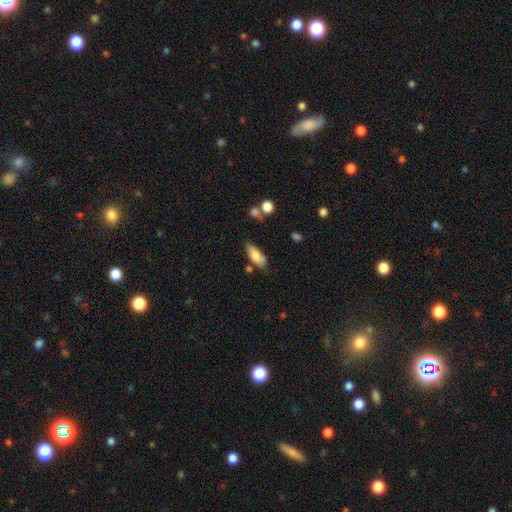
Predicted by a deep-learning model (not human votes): smooth-or-featured: smooth: 80% | featured or disk: 13% | star or artifact: 7%
  how-rounded: in between: 75% | cigar-shaped: 22% | round: 2%
  merging: none: 63% | minor disturbance: 23% | merger: 8% | major disturbance: 6%